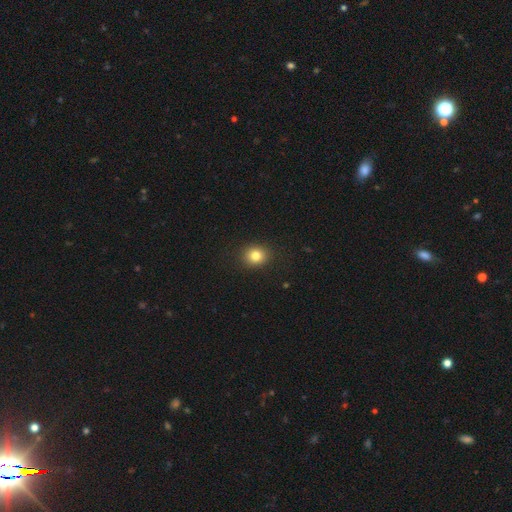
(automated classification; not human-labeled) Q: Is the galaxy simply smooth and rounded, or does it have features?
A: smooth — 82%.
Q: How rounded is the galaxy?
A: round — 75%.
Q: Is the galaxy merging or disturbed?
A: none — 90%.